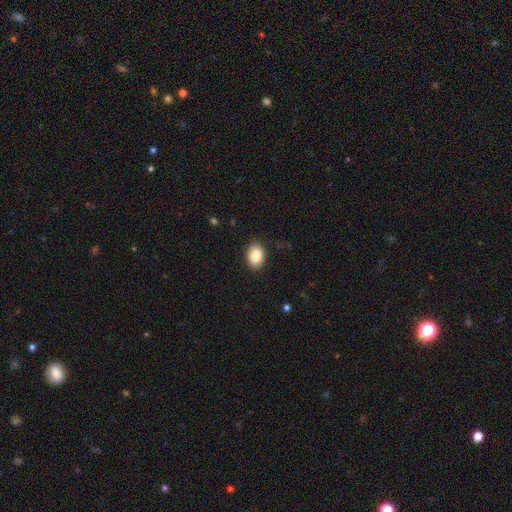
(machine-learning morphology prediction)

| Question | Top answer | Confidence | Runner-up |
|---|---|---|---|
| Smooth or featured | smooth | 89% | star or artifact (7%) |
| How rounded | in between | 83% | round (16%) |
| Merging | none | 87% | minor disturbance (10%) |